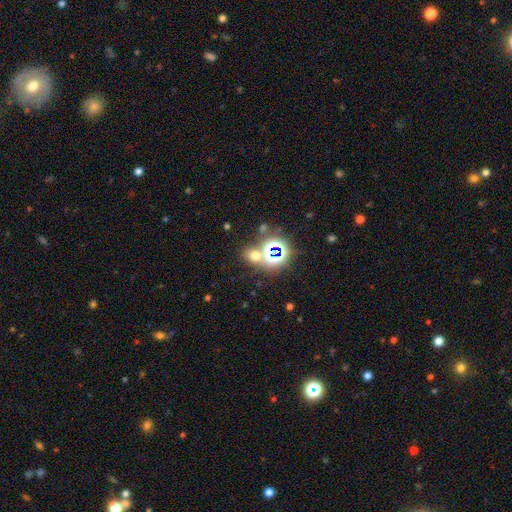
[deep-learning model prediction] A smooth galaxy with no disk features (47%).

Vote fractions:
- Smooth or featured? smooth: 47% / star or artifact: 44% / featured or disk: 8%
- Merging? none: 67% / merger: 20% / minor disturbance: 9% / major disturbance: 4%